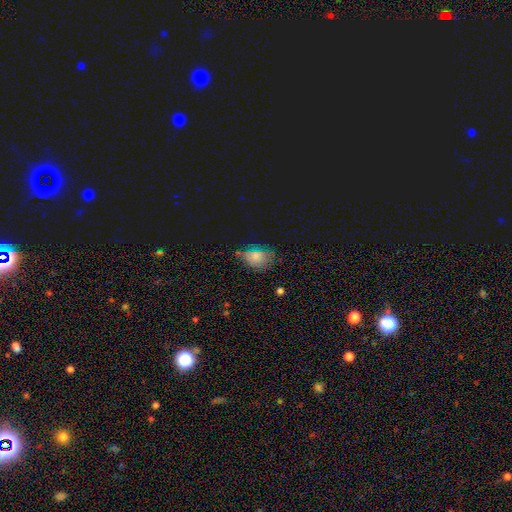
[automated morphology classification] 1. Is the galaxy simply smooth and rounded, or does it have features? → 63% smooth, 24% star or artifact, 13% featured or disk.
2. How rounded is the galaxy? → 71% in between, 26% round, 3% cigar-shaped.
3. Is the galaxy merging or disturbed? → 59% none, 27% minor disturbance, 10% major disturbance, 4% merger.